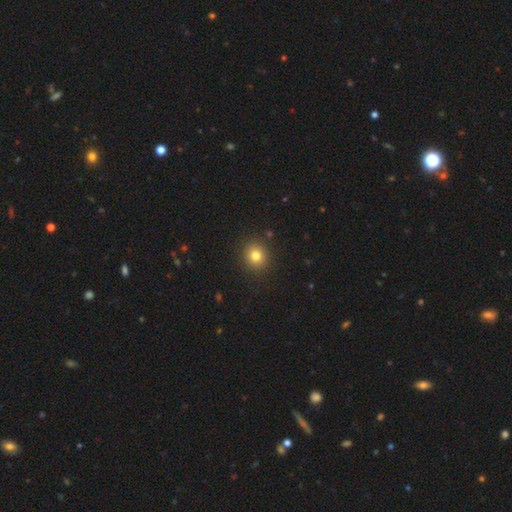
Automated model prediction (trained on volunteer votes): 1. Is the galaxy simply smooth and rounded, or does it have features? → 80% smooth, 12% star or artifact, 7% featured or disk.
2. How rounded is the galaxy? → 84% round, 15% in between, 1% cigar-shaped.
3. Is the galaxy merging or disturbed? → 90% none, 7% minor disturbance, 2% major disturbance, 1% merger.